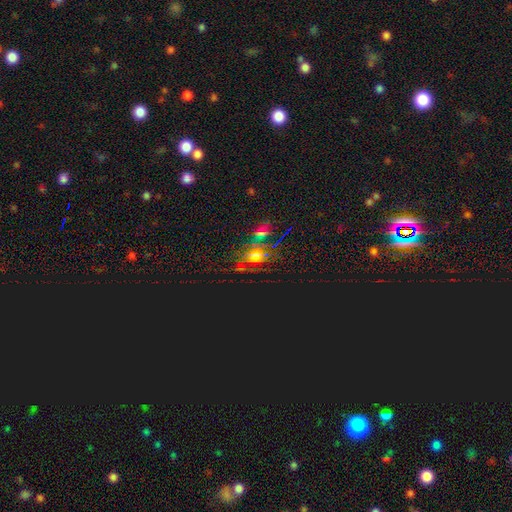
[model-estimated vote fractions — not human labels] smooth_or_featured: star or artifact (p=0.61) [alt: featured or disk p=0.21]